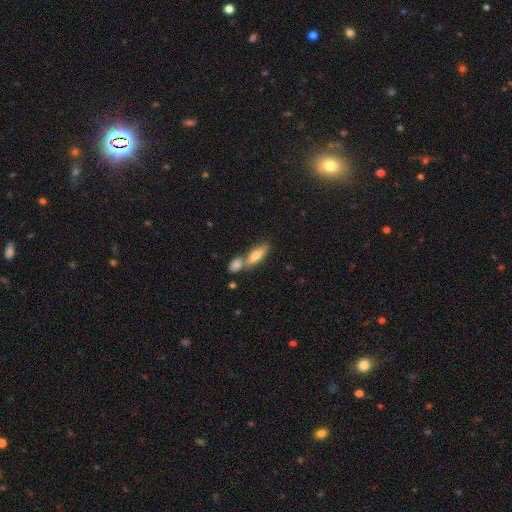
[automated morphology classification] A smooth galaxy with no disk features (67%) that is cigar-shaped (49%). Merging: none (45%).